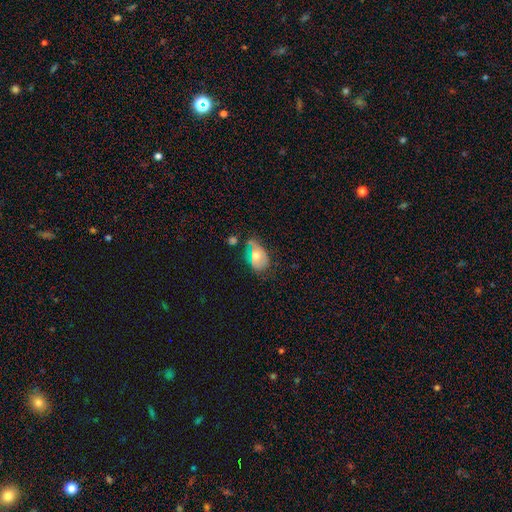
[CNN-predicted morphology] type=smooth (58%); roundness=in between (83%); merging=minor disturbance (36%).